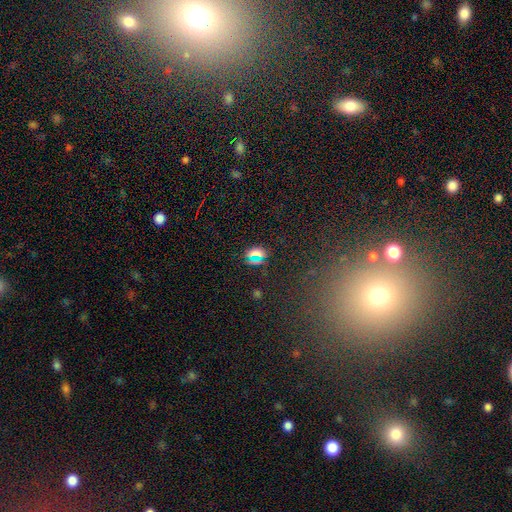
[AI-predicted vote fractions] A smooth galaxy with no disk features (47%).

Vote fractions:
- Smooth or featured? smooth: 47% / star or artifact: 43% / featured or disk: 10%
- Merging? none: 73% / minor disturbance: 13% / major disturbance: 7% / merger: 6%